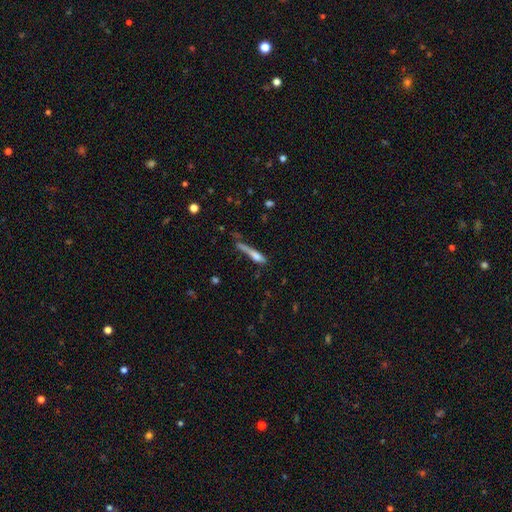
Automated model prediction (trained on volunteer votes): smooth-or-featured: smooth: 60% | featured or disk: 30% | star or artifact: 9%
  how-rounded: cigar-shaped: 85% | in between: 12% | round: 3%
  merging: none: 36% | minor disturbance: 27% | major disturbance: 24% | merger: 12%